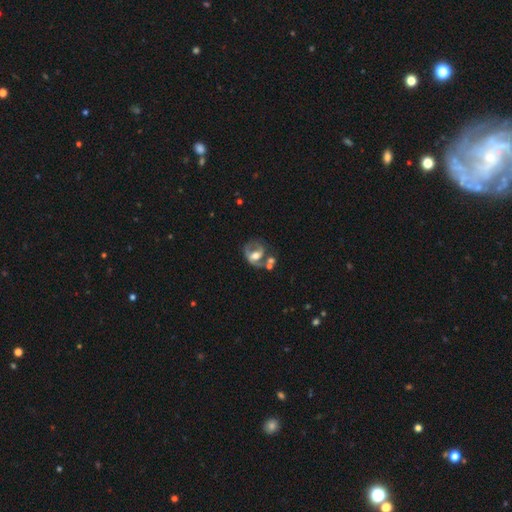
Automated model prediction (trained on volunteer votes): featured or disk 70%, smooth 23%, star or artifact 7%. Down the decision tree: edge-on disk — no (95%); bar — weak (37%); spiral arms — yes (61%); bulge size — moderate (67%); merging — none (41%).